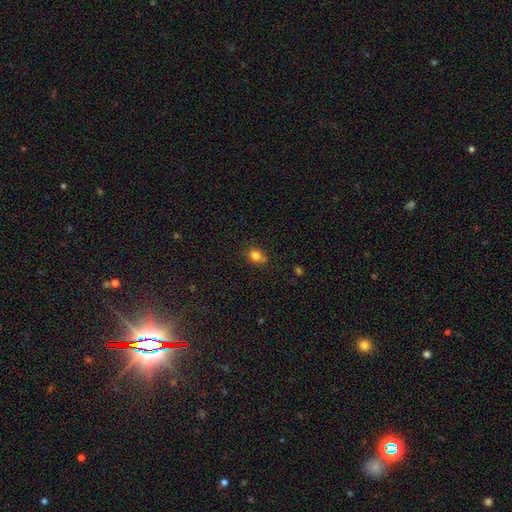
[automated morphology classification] This appears to be a smooth galaxy with no disk features (80%) that is round (63%). Merging: none (61%).